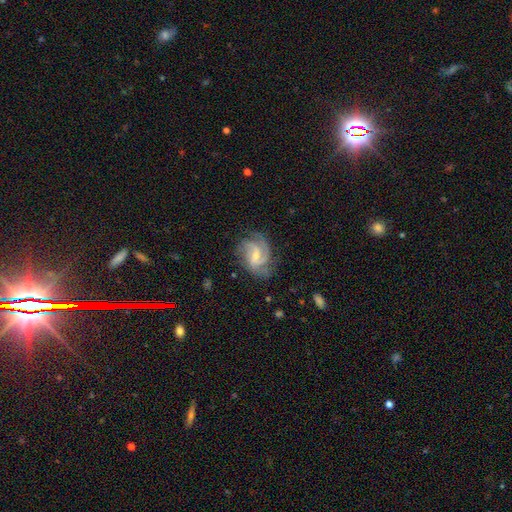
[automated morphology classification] This is clearly a featured or disk galaxy (85%). It is clearly not viewed edge-on (98%). Bar: possibly weak (51%). Spiral arm pattern: clearly yes (97%). Spiral arm count: marginally 3 (41%). Spiral winding: possibly medium (47%). Central bulge: possibly small (59%). Merging: likely none (73%).